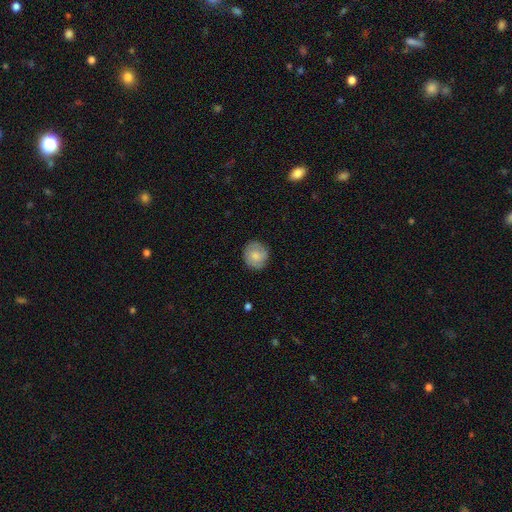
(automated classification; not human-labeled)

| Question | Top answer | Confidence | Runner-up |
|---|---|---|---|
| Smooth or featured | smooth | 74% | featured or disk (19%) |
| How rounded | round | 84% | in between (15%) |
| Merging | none | 85% | minor disturbance (12%) |